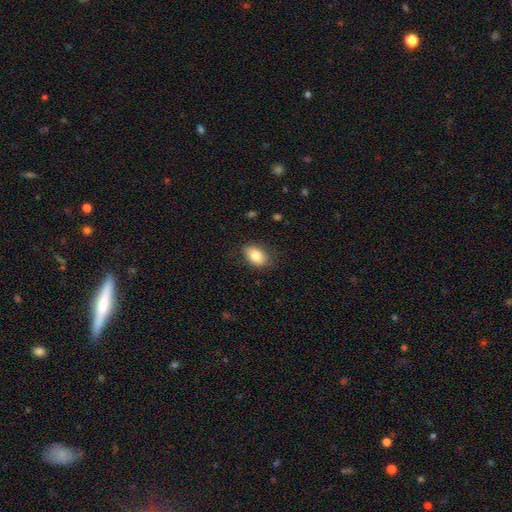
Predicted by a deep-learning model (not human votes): A smooth galaxy with no disk features (81%) that is in between round and cigar-shaped (86%). Merging: none (81%).